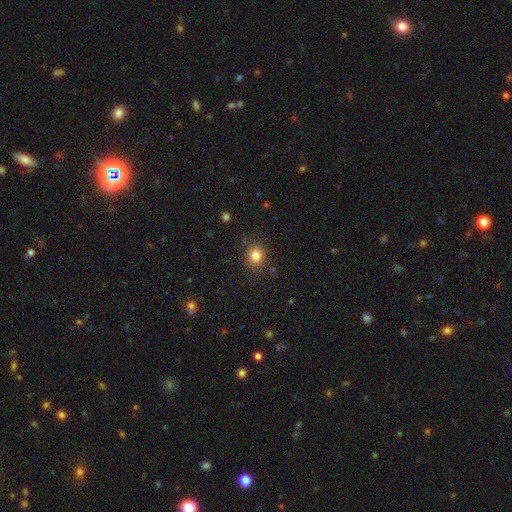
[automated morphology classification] Q: Smooth or featured?
A: smooth (81%); runner-up: star or artifact (12%)
Q: How rounded?
A: round (77%); runner-up: in between (22%)
Q: Merging?
A: none (84%); runner-up: minor disturbance (10%)